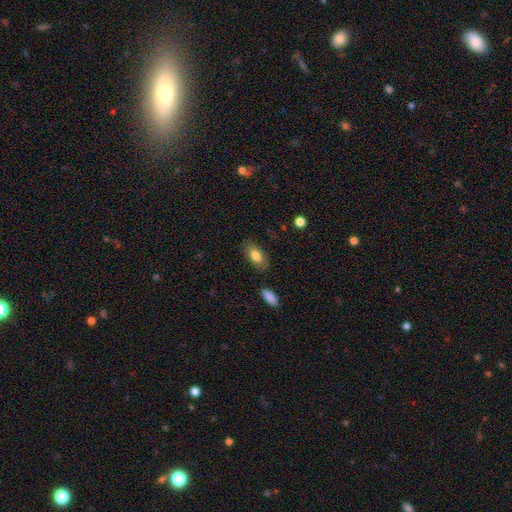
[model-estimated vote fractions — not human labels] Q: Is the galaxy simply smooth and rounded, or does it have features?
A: smooth — 79%.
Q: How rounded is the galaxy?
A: in between — 89%.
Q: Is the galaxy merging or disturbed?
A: none — 81%.